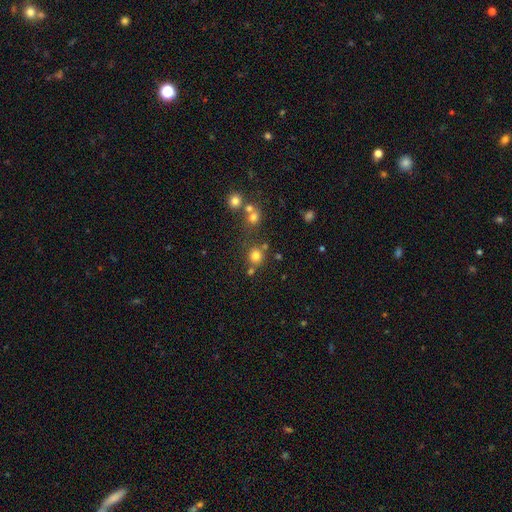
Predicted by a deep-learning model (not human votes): A smooth galaxy with no disk features (76%) that is round (90%).

Vote fractions:
- Smooth or featured? smooth: 76% / star or artifact: 16% / featured or disk: 7%
- How rounded? round: 90% / in between: 9% / cigar-shaped: 1%
- Merging? none: 72% / merger: 14% / minor disturbance: 9% / major disturbance: 4%